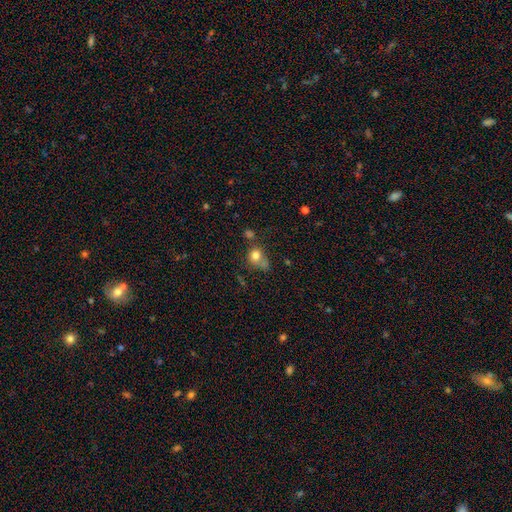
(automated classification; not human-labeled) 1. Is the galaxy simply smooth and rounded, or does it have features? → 78% smooth, 13% star or artifact, 10% featured or disk.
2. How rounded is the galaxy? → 72% round, 26% in between, 1% cigar-shaped.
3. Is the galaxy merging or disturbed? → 44% none, 22% merger, 21% minor disturbance, 12% major disturbance.